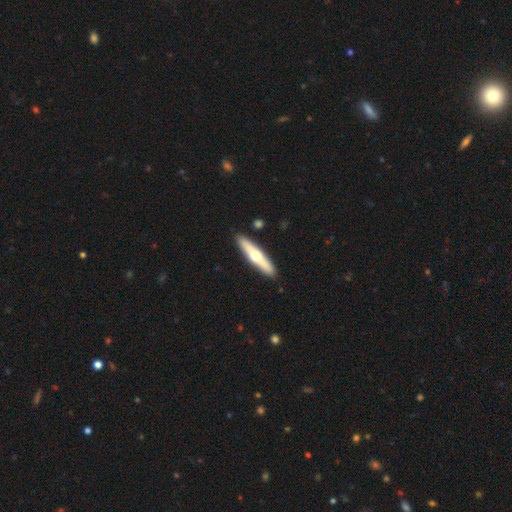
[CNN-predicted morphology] Smooth or featured: featured or disk — 50% (smooth — 45%)
Edge-on disk: yes — 90% (no — 10%)
Merging: none — 90% (minor disturbance — 7%)